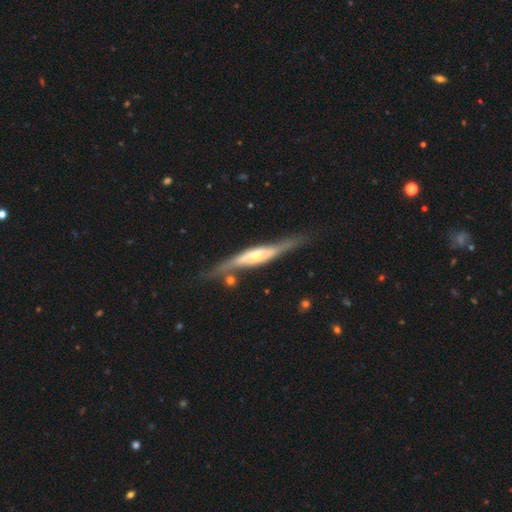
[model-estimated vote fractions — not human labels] A featured or disk galaxy (77%) viewed edge-on (89%) with a rounded central bulge (73%). Merging: none (73%).